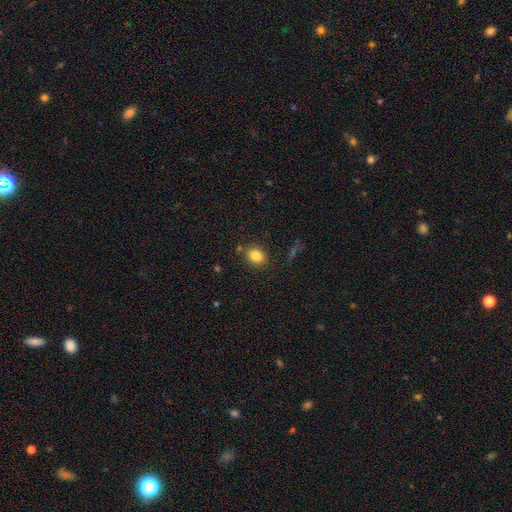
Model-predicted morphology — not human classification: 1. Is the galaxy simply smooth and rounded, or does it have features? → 83% smooth, 10% star or artifact, 7% featured or disk.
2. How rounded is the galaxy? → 54% in between, 45% round, 1% cigar-shaped.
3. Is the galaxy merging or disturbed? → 82% none, 11% minor disturbance, 4% merger, 3% major disturbance.